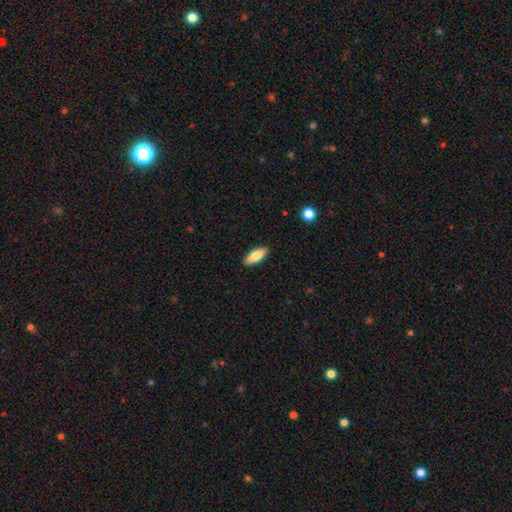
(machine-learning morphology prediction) Smooth or featured?
  - smooth: 81% *
  - featured or disk: 13%
  - star or artifact: 6%
How rounded?
  - in between: 76% *
  - cigar-shaped: 22%
  - round: 2%
Merging?
  - none: 90% *
  - minor disturbance: 8%
  - major disturbance: 2%
  - merger: 1%